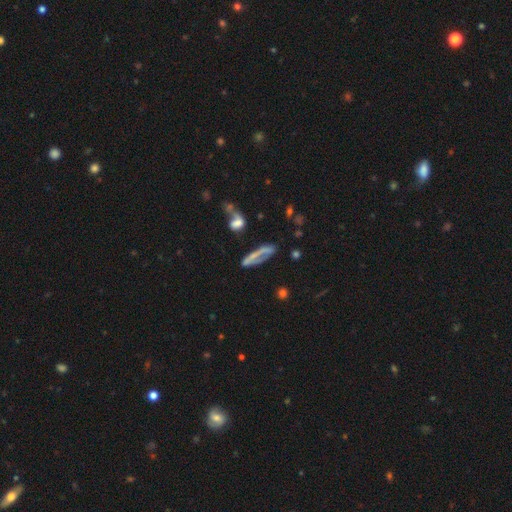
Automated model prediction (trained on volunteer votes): Overall: featured or disk (44%; smooth 41%). Merging: none (46%; minor disturbance 21%).